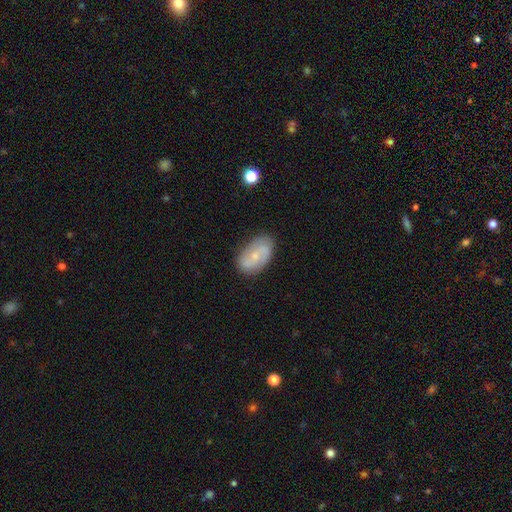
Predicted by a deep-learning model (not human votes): Overall: featured or disk (61%; smooth 33%). Edge-on disk: no (96%). Bar: no (54%; weak 38%). Spiral arms: yes (86%). Bulge size: small (66%; moderate 27%). Merging: none (79%).